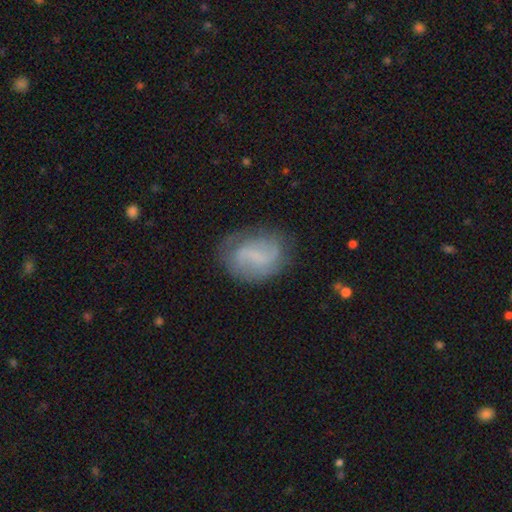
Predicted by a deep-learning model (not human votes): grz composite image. It shows a featured or disk galaxy (54%) with a weak bar (49%), spiral arms (80%) and no central bulge (54%). Merging: none (68%).